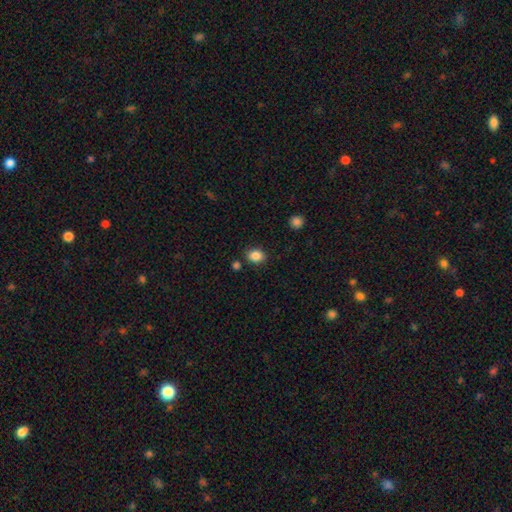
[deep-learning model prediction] Morphology: type=smooth (86%); roundness=in between (59%); merging=none (83%).